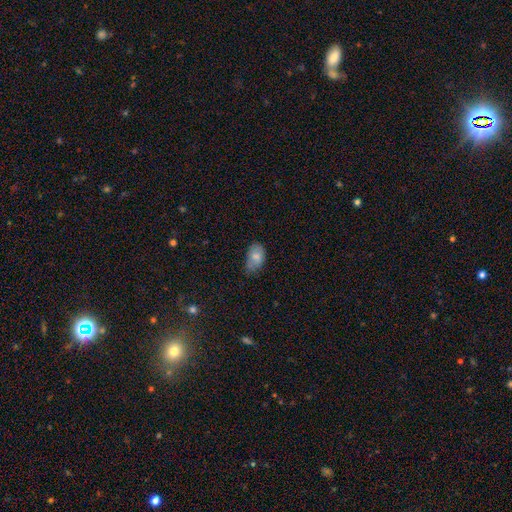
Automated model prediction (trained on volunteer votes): Smooth or featured? smooth (78%)
How rounded? in between (90%)
Merging? none (61%)